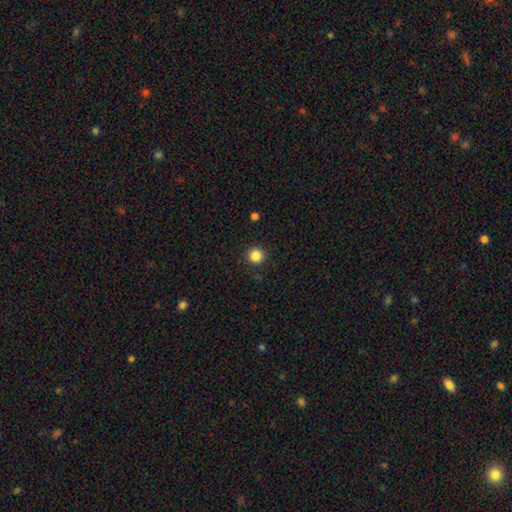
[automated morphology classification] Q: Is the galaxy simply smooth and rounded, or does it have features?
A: smooth — 85%.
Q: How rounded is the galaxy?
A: round — 96%.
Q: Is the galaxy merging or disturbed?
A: none — 91%.